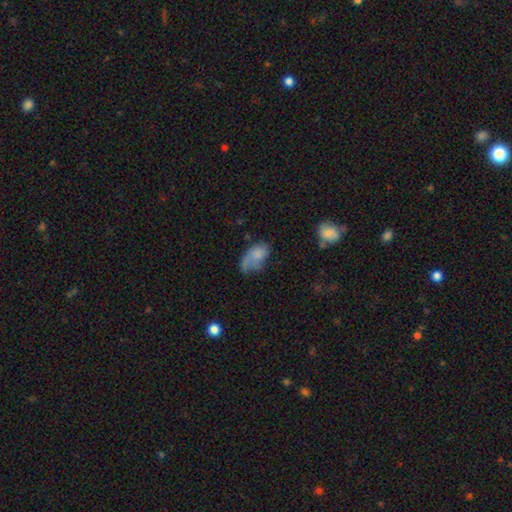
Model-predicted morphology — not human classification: Overall: smooth (66%). How rounded: in between (90%). Merging: none (32%; minor disturbance 31%).